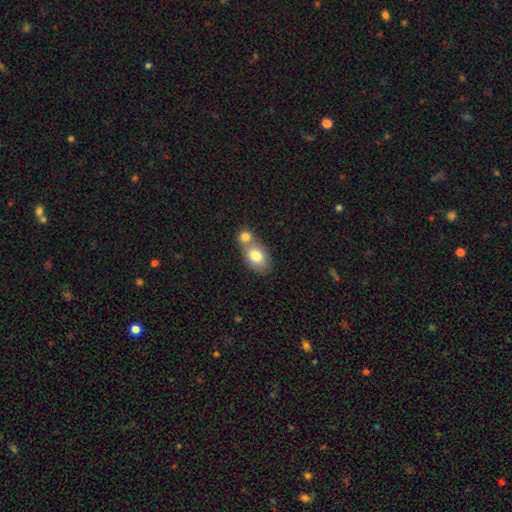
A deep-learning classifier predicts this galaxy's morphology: This is likely a smooth galaxy (79%). How rounded: likely in between (72%). Merging: possibly merger (57%).